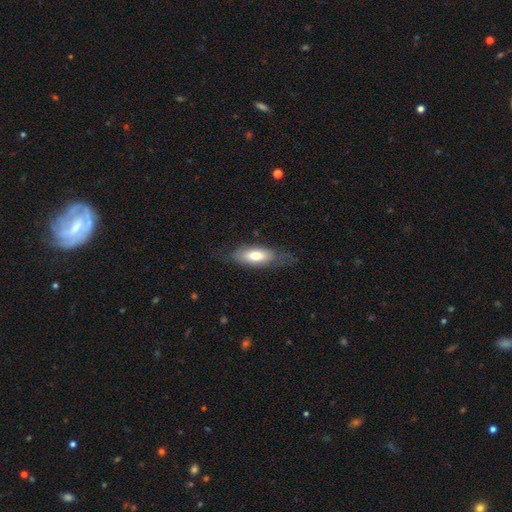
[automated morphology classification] type=smooth (67%); roundness=in between (78%); merging=none (63%).